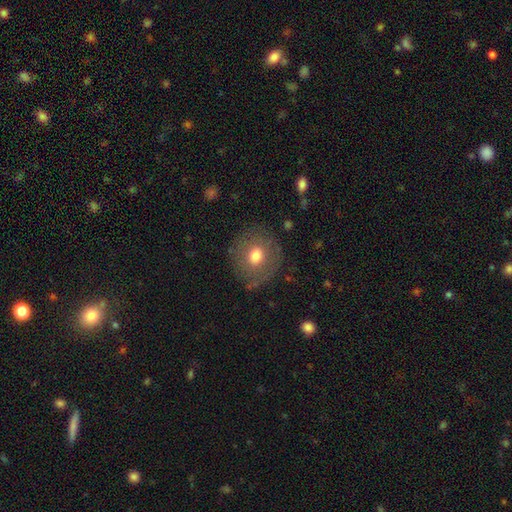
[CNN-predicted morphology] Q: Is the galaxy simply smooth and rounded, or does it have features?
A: smooth — 68%.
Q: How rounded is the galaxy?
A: round — 83%.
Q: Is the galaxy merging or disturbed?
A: none — 82%.